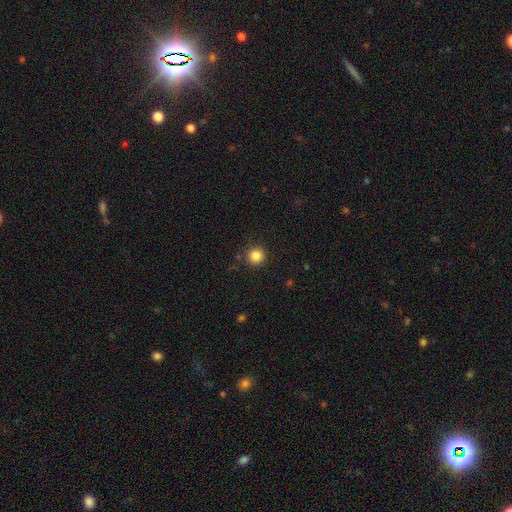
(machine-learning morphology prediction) This is clearly a smooth galaxy (85%). How rounded: clearly round (95%). Merging: clearly none (89%).